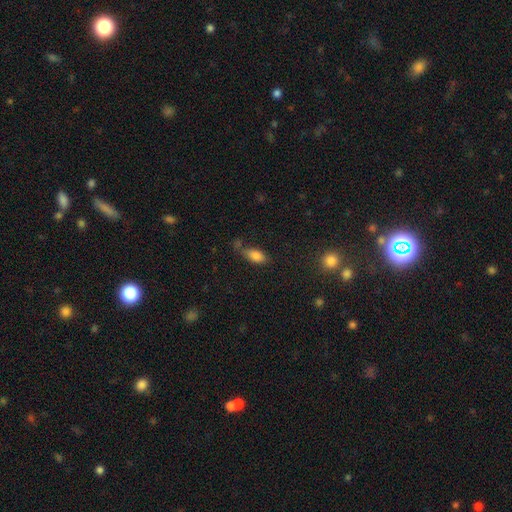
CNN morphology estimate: A smooth galaxy with no disk features (83%) that is in between round and cigar-shaped (88%).

Vote fractions:
- Smooth or featured? smooth: 83% / star or artifact: 10% / featured or disk: 7%
- How rounded? in between: 88% / cigar-shaped: 8% / round: 4%
- Merging? none: 55% / minor disturbance: 24% / merger: 12% / major disturbance: 9%